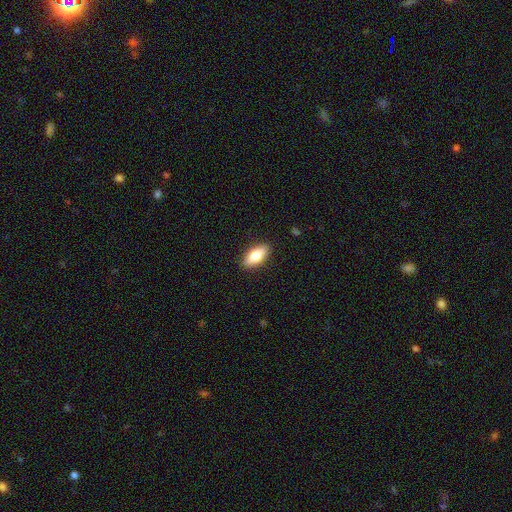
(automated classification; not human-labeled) A smooth galaxy with no disk features (74%) that is in between round and cigar-shaped (82%).

Vote fractions:
- Smooth or featured? smooth: 74% / featured or disk: 20% / star or artifact: 6%
- How rounded? in between: 82% / cigar-shaped: 15% / round: 3%
- Merging? none: 89% / minor disturbance: 8% / major disturbance: 2% / merger: 1%